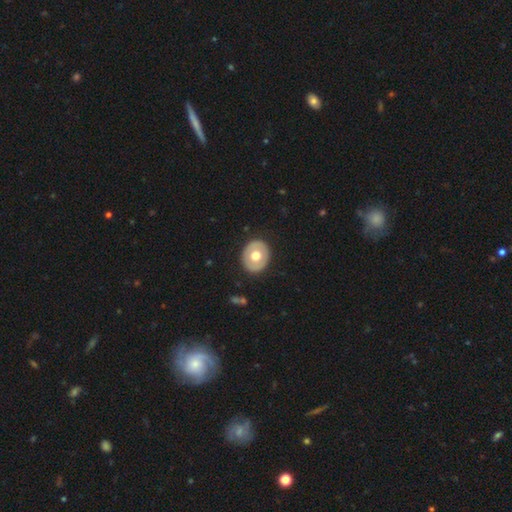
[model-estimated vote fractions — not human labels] Smooth or featured? Predicted: smooth (p=0.56). How rounded? Predicted: round (p=0.71). Merging? Predicted: none (p=0.89).